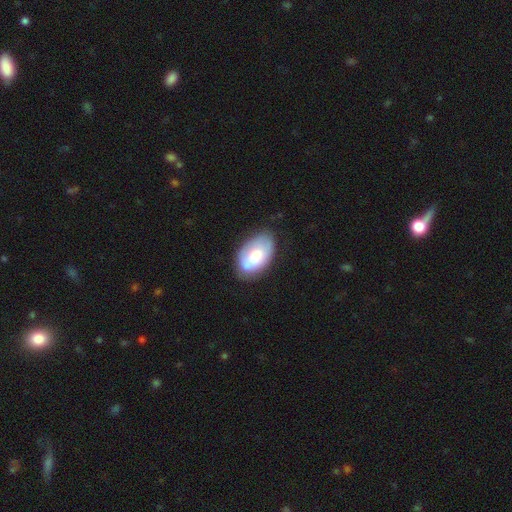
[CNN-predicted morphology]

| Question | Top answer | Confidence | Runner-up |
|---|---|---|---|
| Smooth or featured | smooth | 60% | featured or disk (34%) |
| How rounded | in between | 92% | round (6%) |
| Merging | none | 61% | minor disturbance (26%) |